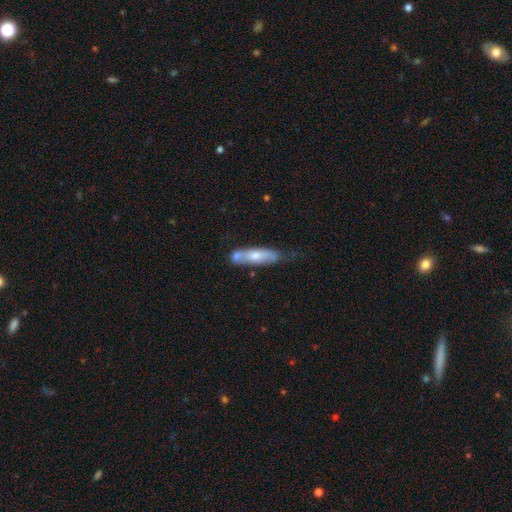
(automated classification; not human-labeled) Smooth or featured: smooth — 60% (featured or disk — 34%)
How rounded: cigar-shaped — 61% (in between — 37%)
Merging: none — 41% (merger — 27%)